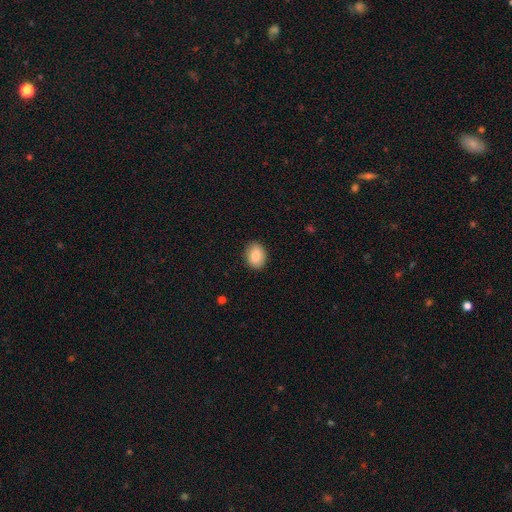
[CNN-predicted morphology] smooth-or-featured: smooth: 85% | featured or disk: 8% | star or artifact: 7%
  how-rounded: in between: 73% | round: 26% | cigar-shaped: 1%
  merging: none: 88% | minor disturbance: 9% | major disturbance: 2% | merger: 1%